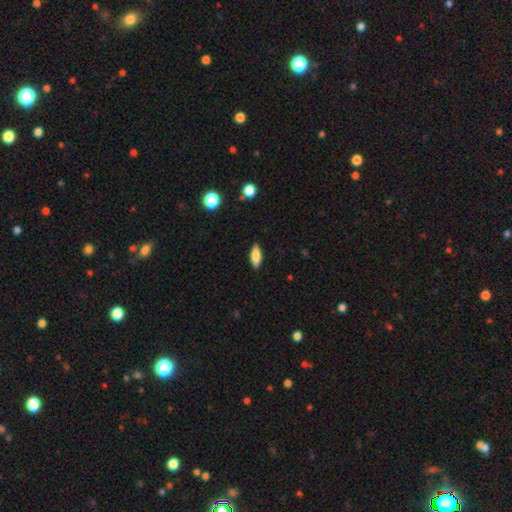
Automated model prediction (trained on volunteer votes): A smooth galaxy with no disk features (80%) that is in between round and cigar-shaped (68%).

Vote fractions:
- Smooth or featured? smooth: 80% / featured or disk: 13% / star or artifact: 7%
- How rounded? in between: 68% / cigar-shaped: 29% / round: 3%
- Merging? none: 87% / minor disturbance: 10% / major disturbance: 2% / merger: 1%